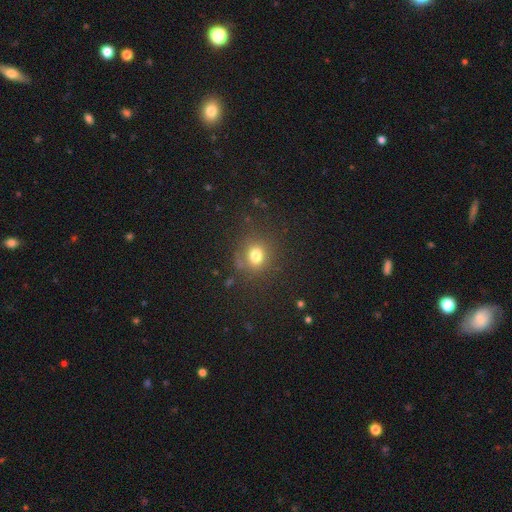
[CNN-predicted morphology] Smooth or featured: smooth — 76% (star or artifact — 16%)
How rounded: round — 76% (in between — 23%)
Merging: none — 80% (minor disturbance — 12%)